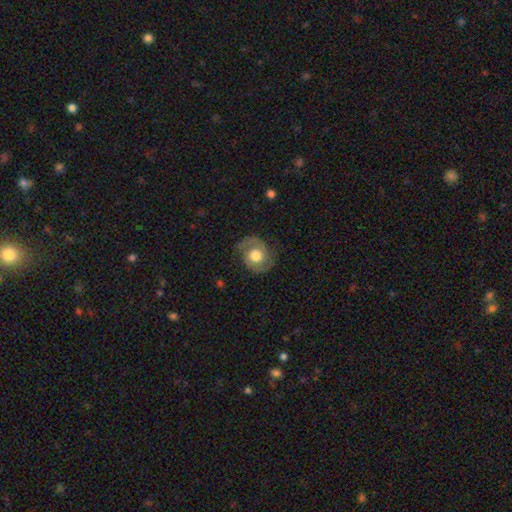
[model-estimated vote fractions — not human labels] Smooth or featured? Predicted: featured or disk (p=0.64). Edge-on disk? Predicted: no (p=0.97). Bar? Predicted: no (p=0.74). Spiral arms? Predicted: yes (p=0.85). Spiral winding? Predicted: medium (p=0.48). Spiral arm count? Predicted: 2 (p=0.85). Bulge size? Predicted: moderate (p=0.49). Merging? Predicted: none (p=0.70).